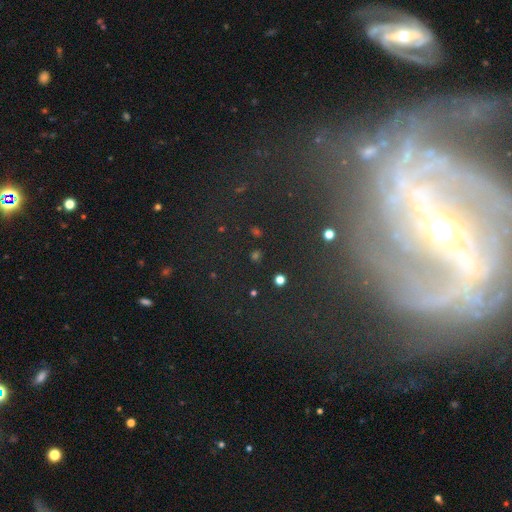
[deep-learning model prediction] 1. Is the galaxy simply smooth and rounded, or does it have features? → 60% star or artifact, 28% smooth, 11% featured or disk.